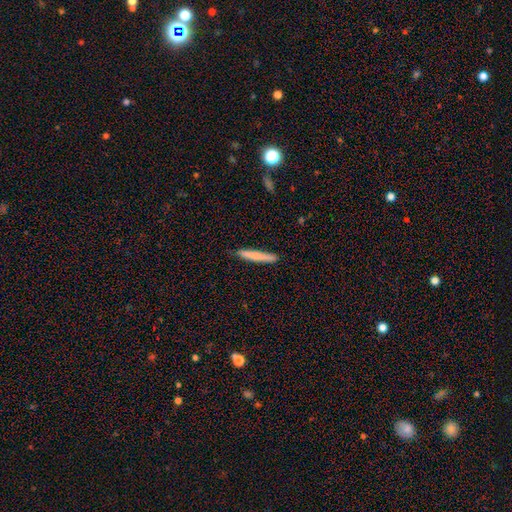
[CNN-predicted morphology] The model was most divided on "smooth or featured": smooth: 78%, featured or disk: 16%, star or artifact: 6%. More confident: how rounded — cigar-shaped (96%); merging — none (89%).